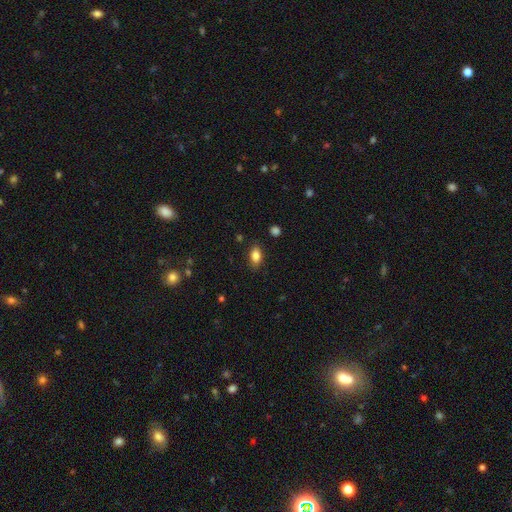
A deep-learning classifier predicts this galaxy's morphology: smooth-or-featured: smooth: 83% | featured or disk: 9% | star or artifact: 9%
  how-rounded: in between: 88% | round: 7% | cigar-shaped: 5%
  merging: none: 85% | minor disturbance: 11% | major disturbance: 2% | merger: 1%